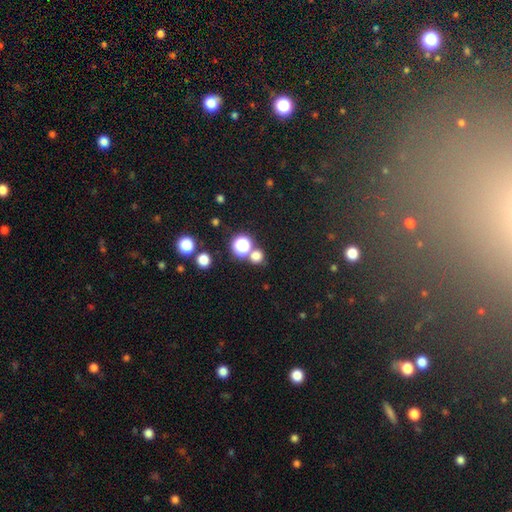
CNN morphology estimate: The model was most divided on "smooth or featured": smooth: 69%, star or artifact: 25%, featured or disk: 6%. More confident: how rounded — round (88%); merging — none (70%).